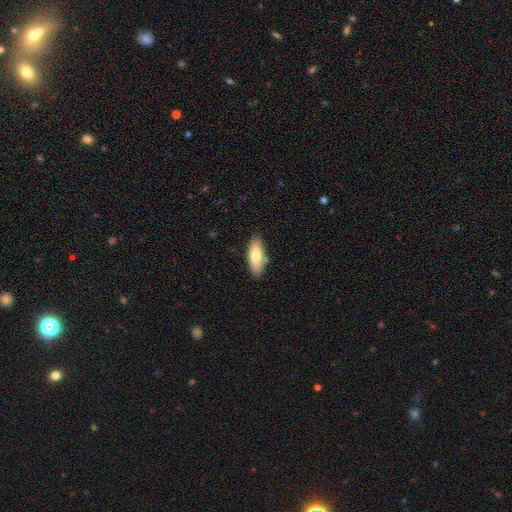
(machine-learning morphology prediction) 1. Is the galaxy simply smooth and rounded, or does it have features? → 71% smooth, 23% featured or disk, 6% star or artifact.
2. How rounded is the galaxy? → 71% in between, 26% cigar-shaped, 2% round.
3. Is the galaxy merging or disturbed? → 80% none, 13% minor disturbance, 5% merger, 2% major disturbance.